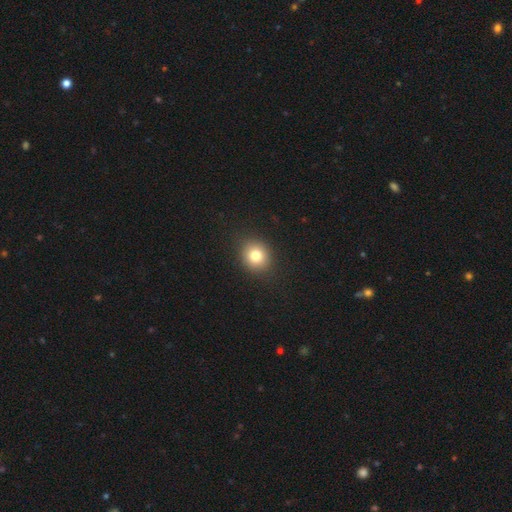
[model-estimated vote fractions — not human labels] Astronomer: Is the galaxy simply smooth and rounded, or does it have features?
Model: smooth — 80%.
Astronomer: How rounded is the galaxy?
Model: round — 76%.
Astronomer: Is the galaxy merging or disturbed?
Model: none — 90%.